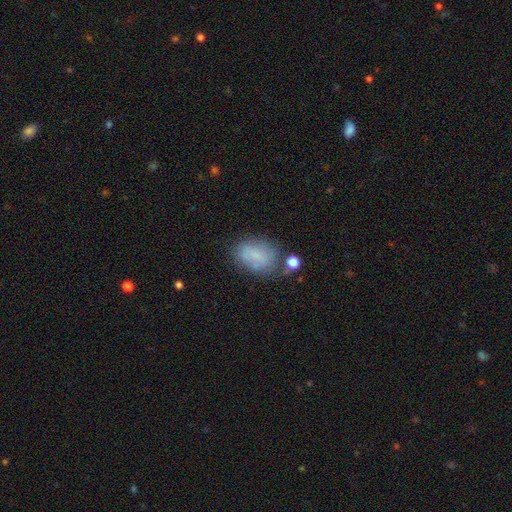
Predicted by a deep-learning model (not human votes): This is likely a smooth galaxy (69%). How rounded: clearly in between (83%). Merging: possibly none (49%).